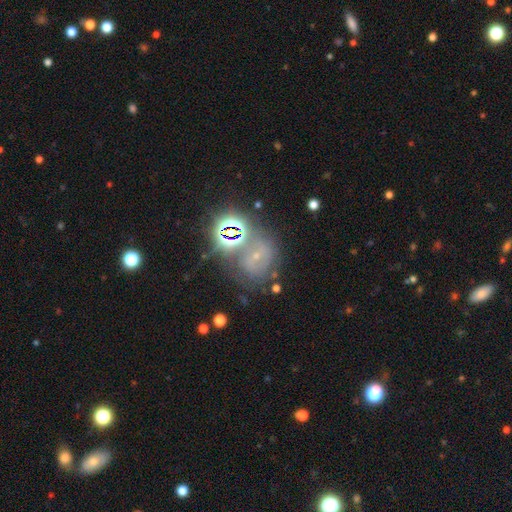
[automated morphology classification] The model was most divided on "smooth or featured": star or artifact: 45%, featured or disk: 33%, smooth: 21%.